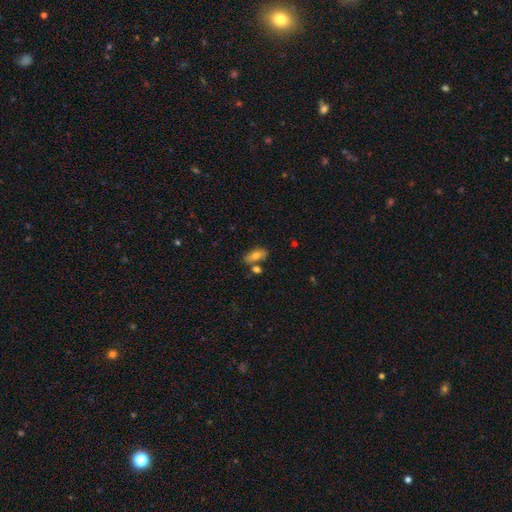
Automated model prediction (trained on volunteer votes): This appears to be a smooth galaxy with no disk features (72%) that is in between round and cigar-shaped (78%). Merging: none (67%).